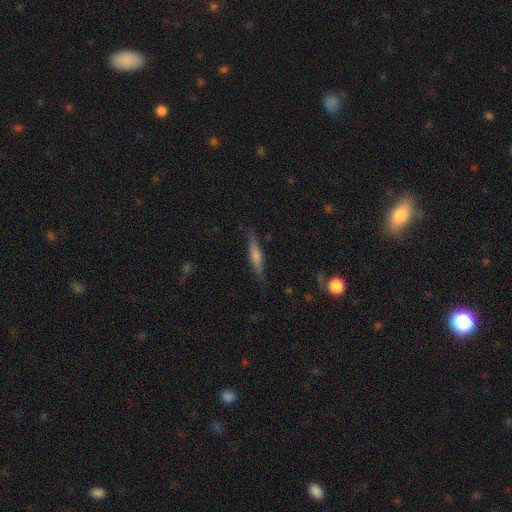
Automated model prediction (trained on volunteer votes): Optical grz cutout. It shows a smooth galaxy with no disk features (47%). Merging: none (85%).